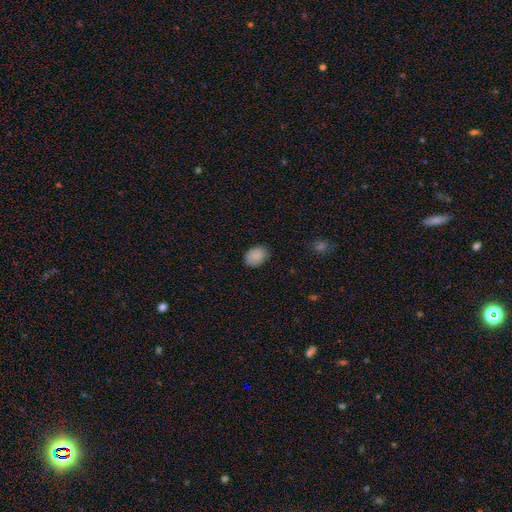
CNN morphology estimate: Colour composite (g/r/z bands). It shows a smooth galaxy with no disk features (87%) that is in between round and cigar-shaped (66%). Merging: none (81%).